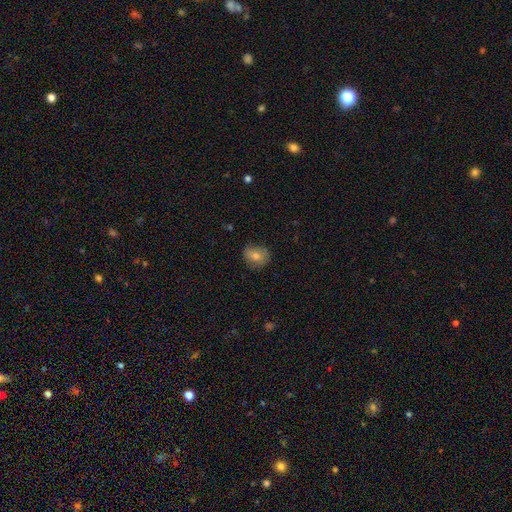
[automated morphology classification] Smooth or featured?
  - smooth: 72% *
  - featured or disk: 17%
  - star or artifact: 11%
How rounded?
  - round: 57% *
  - in between: 42%
  - cigar-shaped: 1%
Merging?
  - none: 75% *
  - minor disturbance: 19%
  - major disturbance: 4%
  - merger: 1%